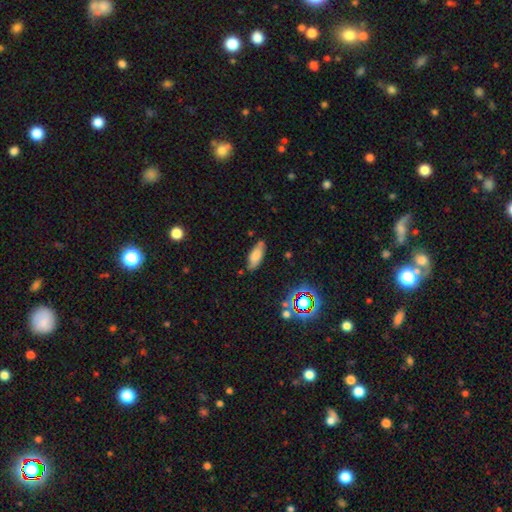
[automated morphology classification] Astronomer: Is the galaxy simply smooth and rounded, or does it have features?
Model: smooth — 74%.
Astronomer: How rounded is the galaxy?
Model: in between — 78%.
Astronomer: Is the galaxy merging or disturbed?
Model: none — 77%.